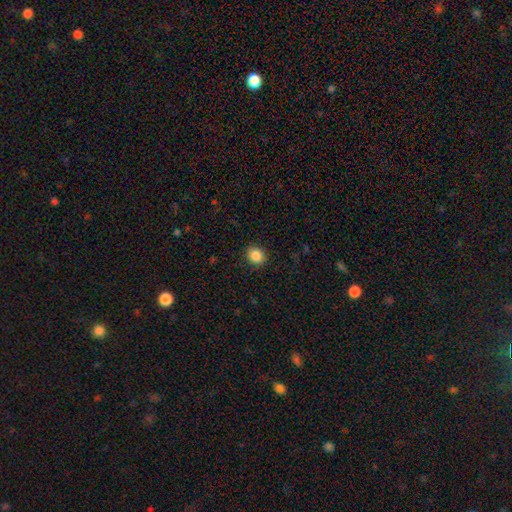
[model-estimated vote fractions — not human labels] Overall: smooth (87%). How rounded: round (74%). Merging: none (90%).